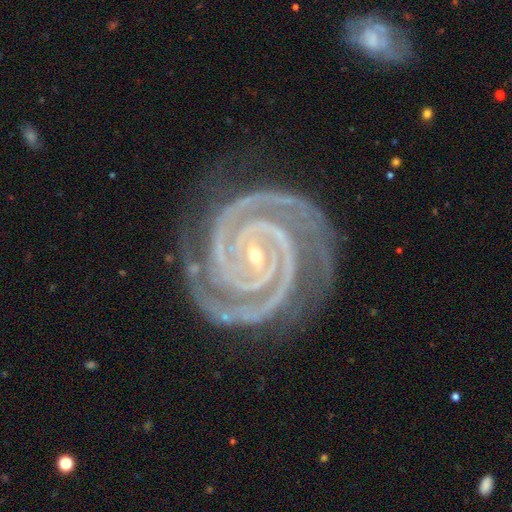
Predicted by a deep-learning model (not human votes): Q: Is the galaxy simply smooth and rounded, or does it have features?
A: featured or disk — 94%.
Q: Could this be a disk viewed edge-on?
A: no — 98%.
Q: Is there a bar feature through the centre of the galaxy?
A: no — 51%.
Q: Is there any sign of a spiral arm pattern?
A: yes — 99%.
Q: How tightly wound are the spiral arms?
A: tight — 87%.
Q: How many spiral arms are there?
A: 2 — 80%.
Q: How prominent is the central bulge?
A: small — 86%.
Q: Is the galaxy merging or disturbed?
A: none — 80%.